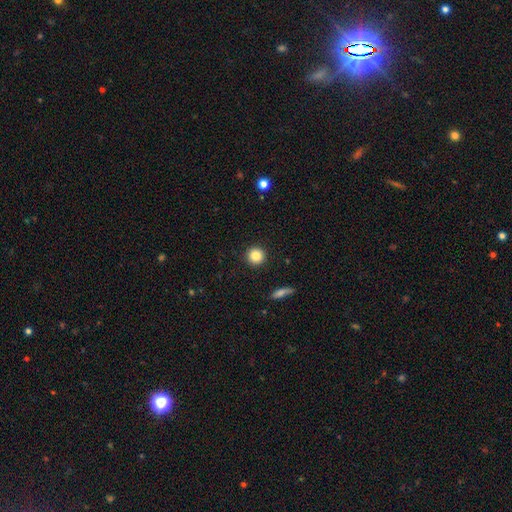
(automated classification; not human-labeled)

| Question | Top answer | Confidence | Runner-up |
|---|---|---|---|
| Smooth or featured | smooth | 84% | star or artifact (10%) |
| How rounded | round | 95% | in between (4%) |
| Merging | none | 93% | minor disturbance (5%) |